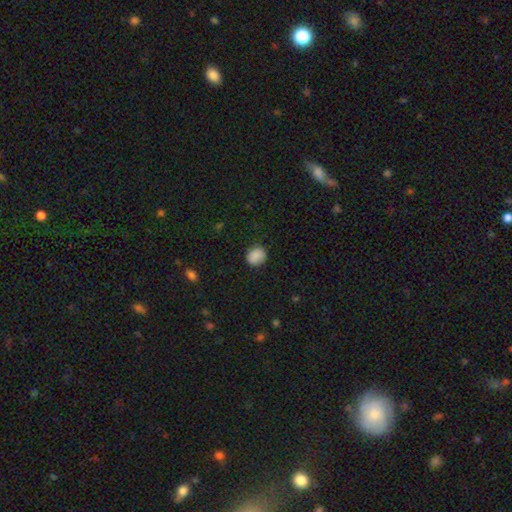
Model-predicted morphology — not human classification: Smooth or featured?
  - smooth: 88% *
  - star or artifact: 8%
  - featured or disk: 3%
How rounded?
  - round: 67% *
  - in between: 32%
  - cigar-shaped: 1%
Merging?
  - none: 85% *
  - minor disturbance: 11%
  - major disturbance: 3%
  - merger: 1%